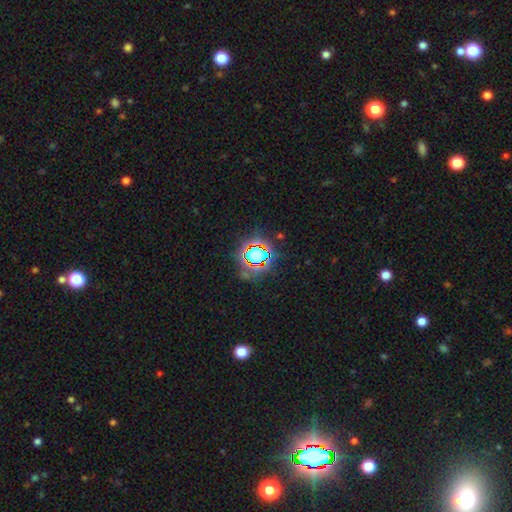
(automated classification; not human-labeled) Overall: star or artifact (66%).